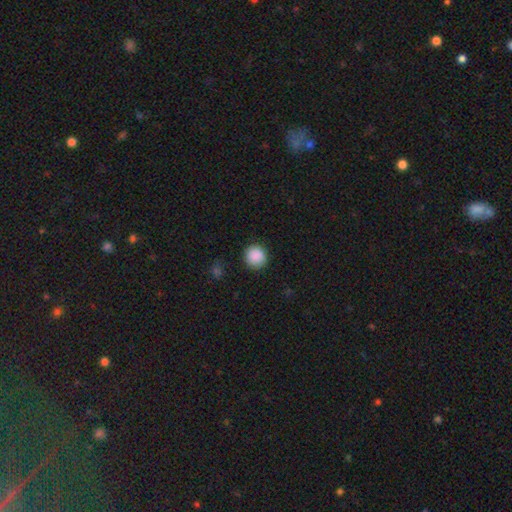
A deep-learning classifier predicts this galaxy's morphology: Smooth or featured? Predicted: smooth (p=0.89). How rounded? Predicted: round (p=0.92). Merging? Predicted: none (p=0.90).